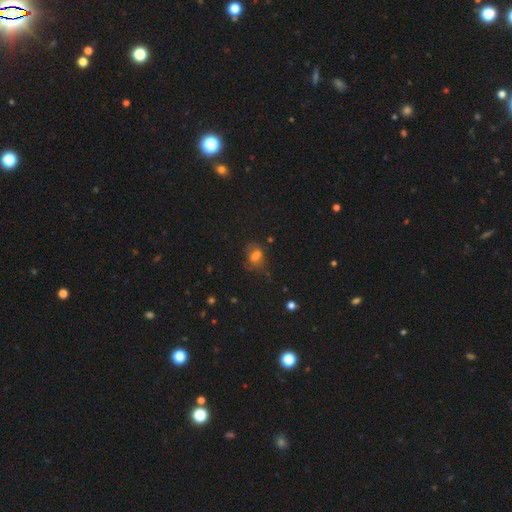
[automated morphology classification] Smooth or featured? Predicted: smooth (p=0.54). How rounded? Predicted: in between (p=0.56). Merging? Predicted: none (p=0.37).